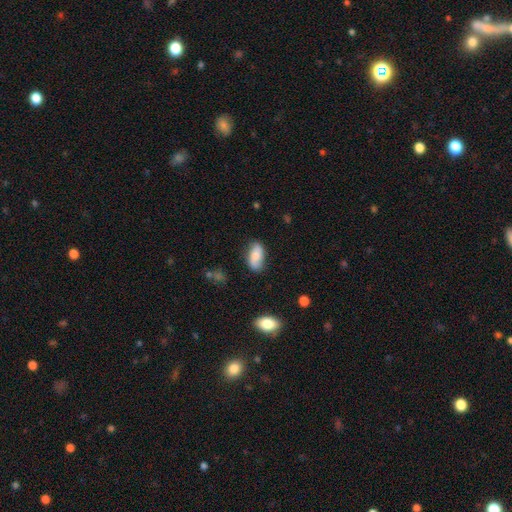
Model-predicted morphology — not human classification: Overall: smooth (72%). How rounded: in between (90%). Merging: none (74%).